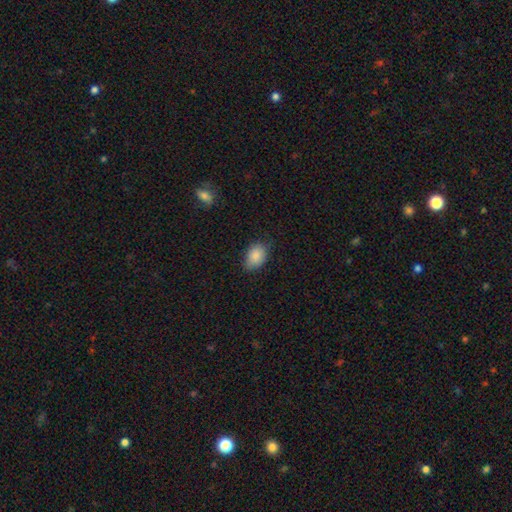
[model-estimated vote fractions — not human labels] smooth_or_featured: smooth (p=0.87) [alt: star or artifact p=0.08]
how_rounded: in between (p=0.77) [alt: round p=0.22]
merging: none (p=0.76) [alt: minor disturbance p=0.19]